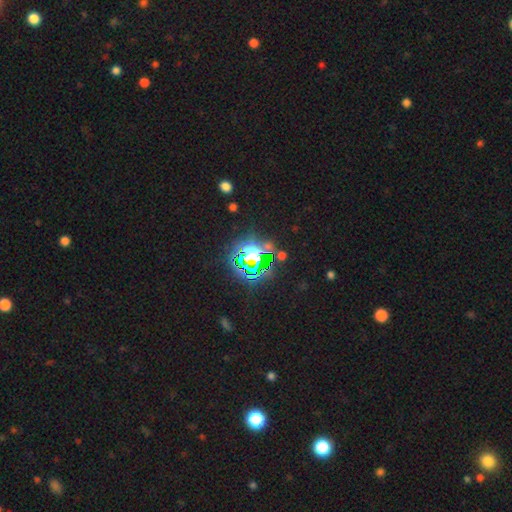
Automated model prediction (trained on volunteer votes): The model was most divided on "smooth or featured": star or artifact: 77%, smooth: 14%, featured or disk: 9%.